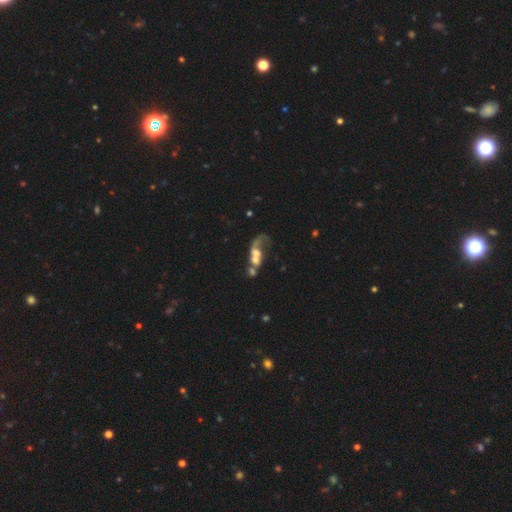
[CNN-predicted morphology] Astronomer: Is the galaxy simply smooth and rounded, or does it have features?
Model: featured or disk — 56% (runner-up: smooth, 32%).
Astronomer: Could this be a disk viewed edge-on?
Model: no — 93%.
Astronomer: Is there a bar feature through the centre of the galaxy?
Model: no — 77%.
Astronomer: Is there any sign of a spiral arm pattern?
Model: no — 53% (runner-up: yes, 47%).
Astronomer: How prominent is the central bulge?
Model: moderate — 39% (runner-up: small, 20%).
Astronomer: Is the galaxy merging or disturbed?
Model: merger — 56%.